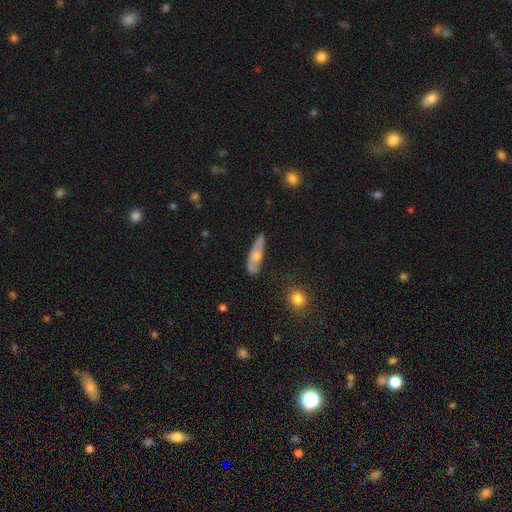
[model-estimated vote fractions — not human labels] smooth 56%, featured or disk 37%, star or artifact 6%. Down the decision tree: how rounded — cigar-shaped (55%); merging — none (65%).